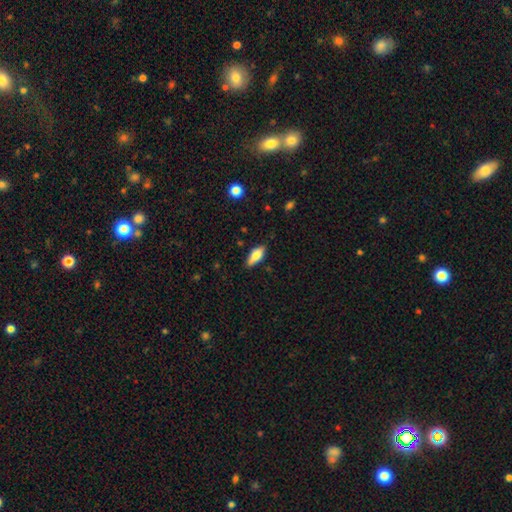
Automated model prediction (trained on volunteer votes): Morphology: type=smooth (76%); roundness=in between (79%); merging=none (83%).